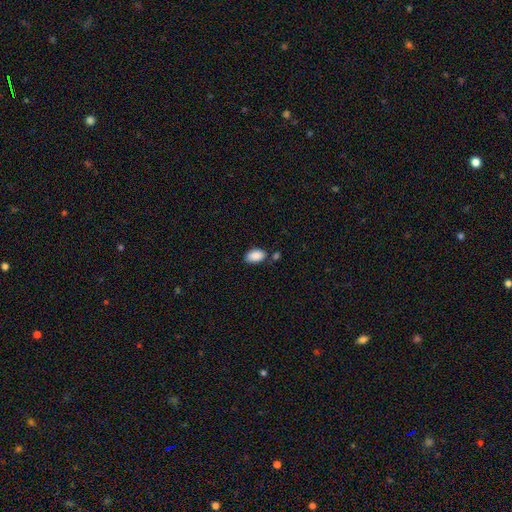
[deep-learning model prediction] Q: Smooth or featured?
A: smooth (89%); runner-up: star or artifact (7%)
Q: How rounded?
A: in between (92%); runner-up: round (7%)
Q: Merging?
A: none (71%); runner-up: minor disturbance (15%)